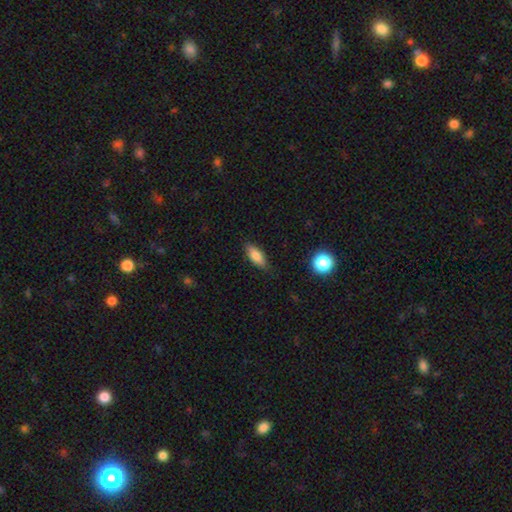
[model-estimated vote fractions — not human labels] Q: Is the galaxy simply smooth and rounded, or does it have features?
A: smooth — 80%.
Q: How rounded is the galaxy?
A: in between — 75%.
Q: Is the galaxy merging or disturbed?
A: none — 82%.